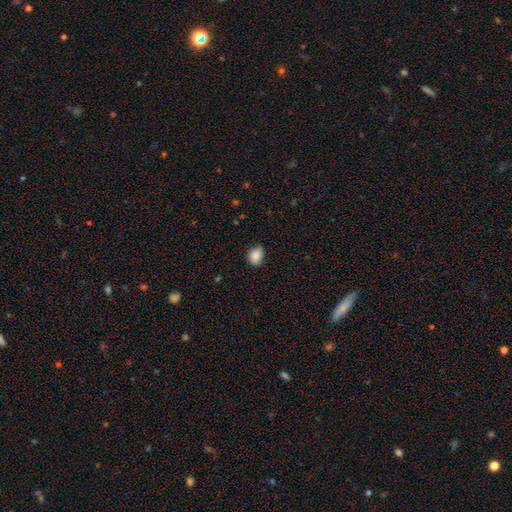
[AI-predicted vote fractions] Morphology: type=smooth (86%); roundness=round (54%); merging=none (78%).